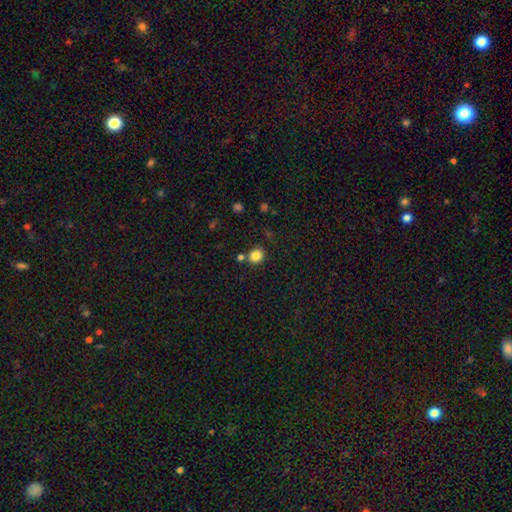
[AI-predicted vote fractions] Smooth or featured? smooth (85%)
How rounded? round (75%)
Merging? none (78%)